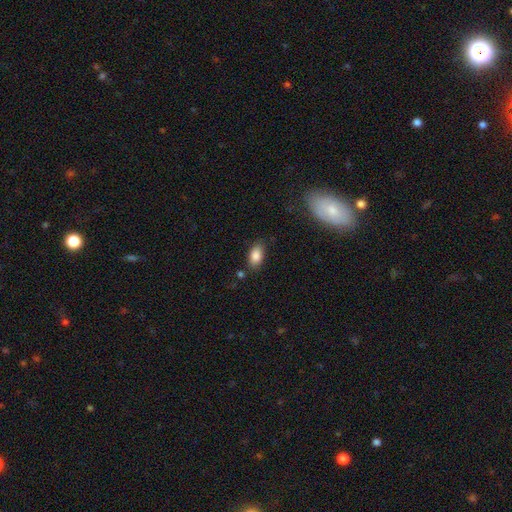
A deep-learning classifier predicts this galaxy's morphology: smooth_or_featured: smooth (p=0.85) [alt: star or artifact p=0.08]
how_rounded: in between (p=0.91) [alt: round p=0.06]
merging: none (p=0.79) [alt: minor disturbance p=0.14]